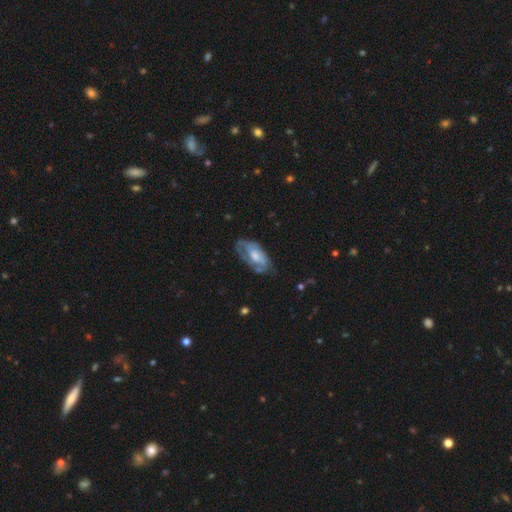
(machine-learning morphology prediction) Smooth or featured? Predicted: featured or disk (p=0.66). Edge-on disk? Predicted: no (p=0.93). Bar? Predicted: no (p=0.60). Spiral arms? Predicted: yes (p=0.77). Bulge size? Predicted: moderate (p=0.50). Merging? Predicted: none (p=0.55).